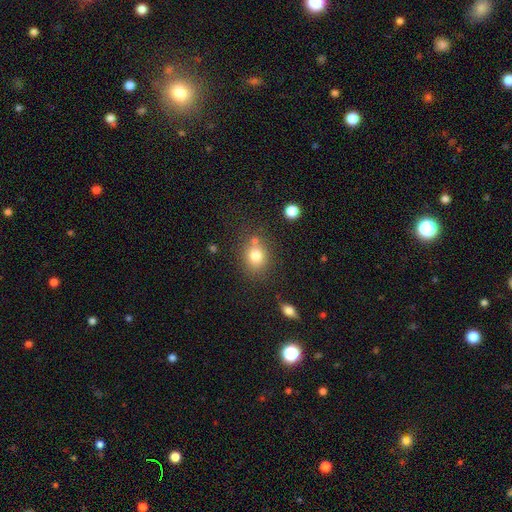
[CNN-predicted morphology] Smooth or featured: smooth — 79% (star or artifact — 12%)
How rounded: round — 68% (in between — 31%)
Merging: none — 69% (merger — 13%)